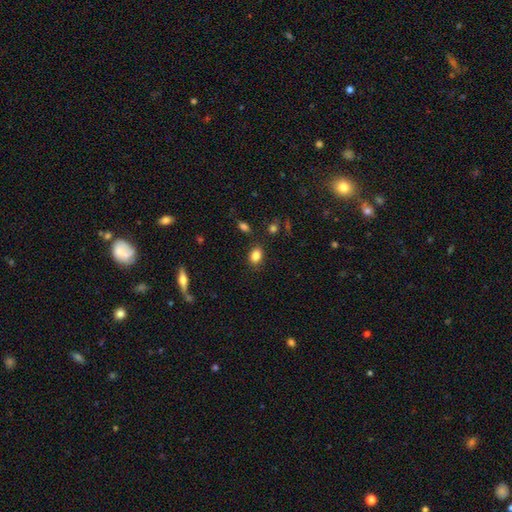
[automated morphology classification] Smooth or featured? Predicted: smooth (p=0.85). How rounded? Predicted: in between (p=0.73). Merging? Predicted: none (p=0.82).